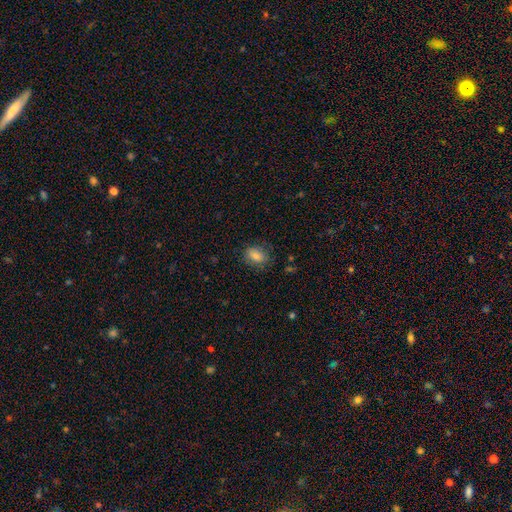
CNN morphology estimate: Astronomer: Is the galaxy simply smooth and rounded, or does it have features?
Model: smooth — 80%.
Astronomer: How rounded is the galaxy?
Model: in between — 70%.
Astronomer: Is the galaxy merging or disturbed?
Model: none — 78%.